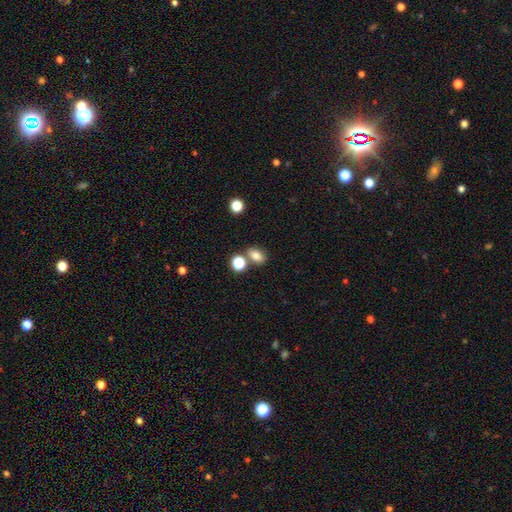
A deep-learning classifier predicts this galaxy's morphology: Smooth or featured?
  - smooth: 80% *
  - star or artifact: 12%
  - featured or disk: 7%
How rounded?
  - in between: 71% *
  - round: 27%
  - cigar-shaped: 2%
Merging?
  - none: 67% *
  - merger: 19%
  - minor disturbance: 11%
  - major disturbance: 4%